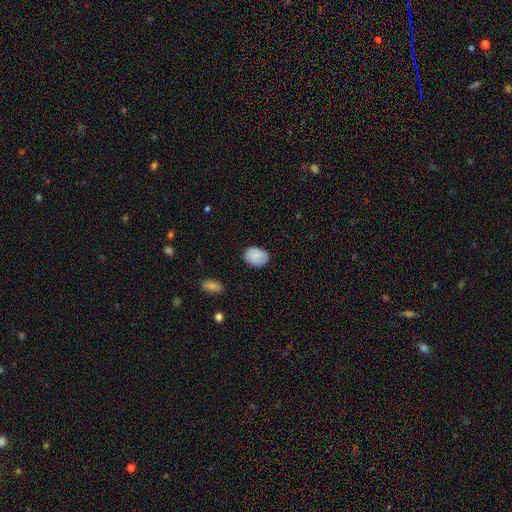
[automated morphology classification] The model was most divided on "how rounded": in between: 66%, round: 33%, cigar-shaped: 1%. More confident: smooth or featured — smooth (85%); merging — none (83%).